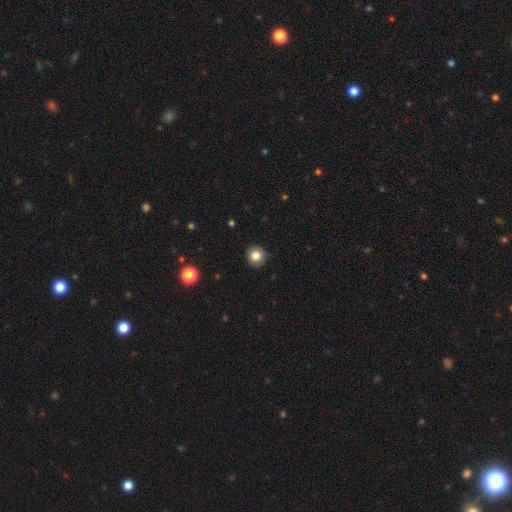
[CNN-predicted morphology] Overall: smooth (83%). How rounded: round (93%). Merging: none (91%).